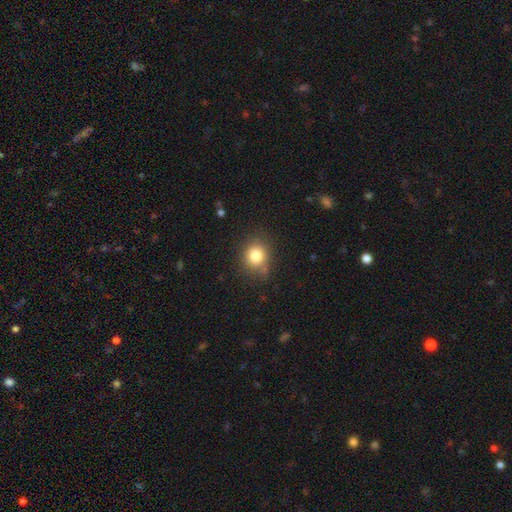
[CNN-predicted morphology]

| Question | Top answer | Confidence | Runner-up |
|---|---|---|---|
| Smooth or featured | smooth | 81% | star or artifact (12%) |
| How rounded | round | 80% | in between (19%) |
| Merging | none | 78% | minor disturbance (15%) |